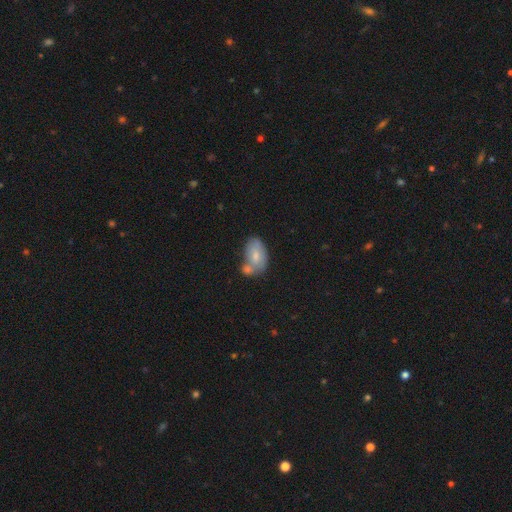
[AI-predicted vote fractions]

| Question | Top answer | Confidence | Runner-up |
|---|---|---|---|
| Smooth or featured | smooth | 66% | featured or disk (27%) |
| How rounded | in between | 89% | round (9%) |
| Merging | merger | 43% | none (32%) |